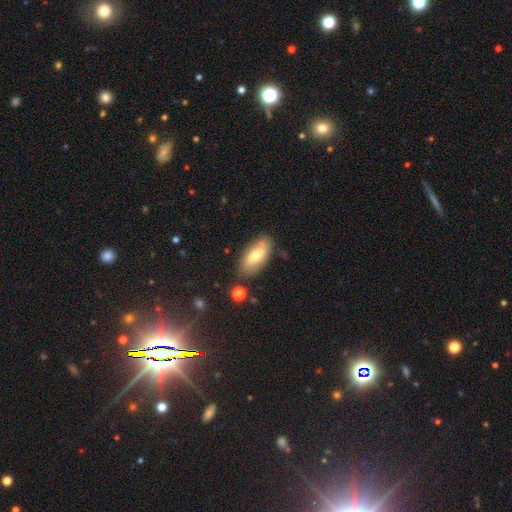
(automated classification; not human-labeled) smooth-or-featured: smooth: 64% | featured or disk: 28% | star or artifact: 8%
  how-rounded: in between: 87% | cigar-shaped: 9% | round: 4%
  merging: none: 74% | minor disturbance: 15% | merger: 8% | major disturbance: 3%